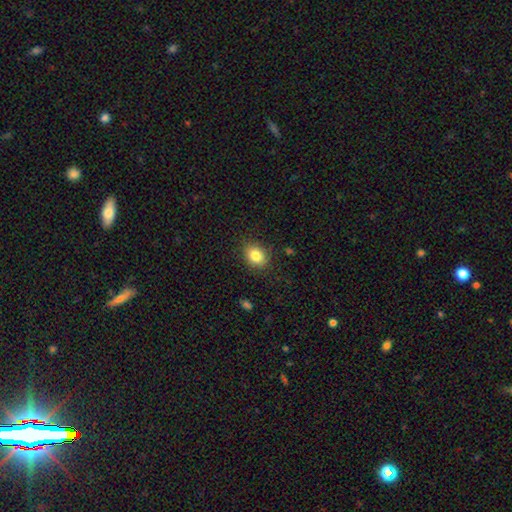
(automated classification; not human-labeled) The model was most divided on "how rounded": in between: 59%, round: 40%, cigar-shaped: 1%. More confident: merging — none (85%); smooth or featured — smooth (83%).